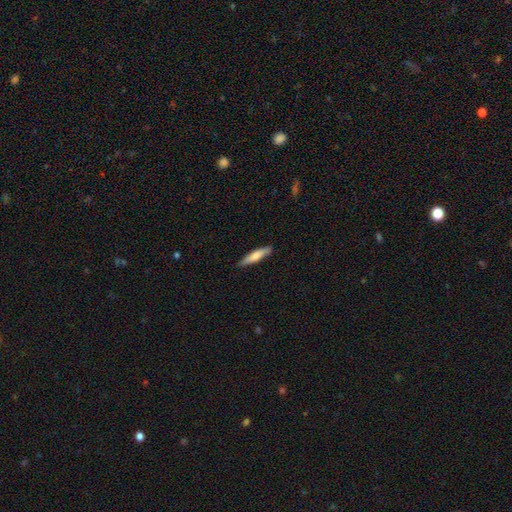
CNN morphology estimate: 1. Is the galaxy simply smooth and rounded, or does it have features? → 68% smooth, 27% featured or disk, 5% star or artifact.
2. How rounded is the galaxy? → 83% cigar-shaped, 15% in between, 1% round.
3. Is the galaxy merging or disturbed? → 86% none, 11% minor disturbance, 2% major disturbance, 1% merger.